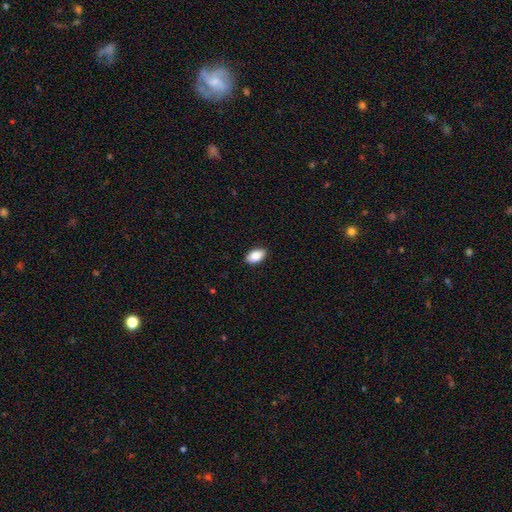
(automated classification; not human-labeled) Smooth or featured? smooth (85%)
How rounded? in between (93%)
Merging? none (90%)